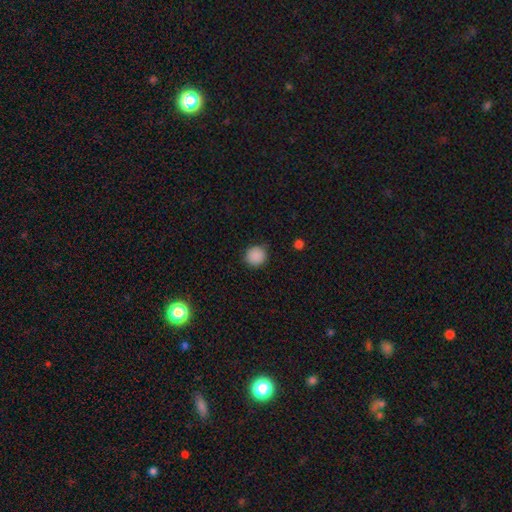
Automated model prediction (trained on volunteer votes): smooth-or-featured: smooth: 88% | star or artifact: 9% | featured or disk: 3%
  how-rounded: round: 91% | in between: 8% | cigar-shaped: 1%
  merging: none: 87% | minor disturbance: 9% | major disturbance: 3% | merger: 1%